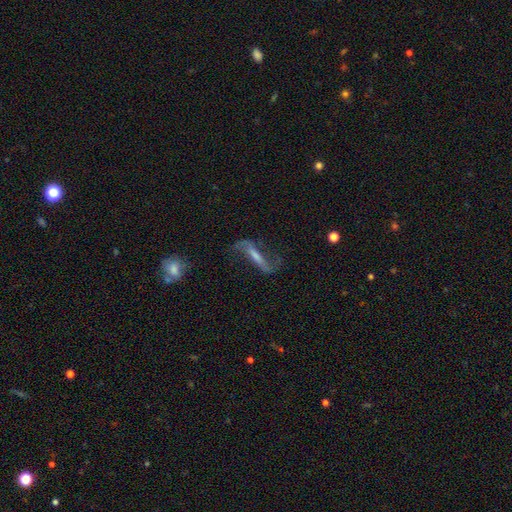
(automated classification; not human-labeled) Smooth or featured? Predicted: featured or disk (p=0.76). Edge-on disk? Predicted: no (p=0.72). Bar? Predicted: strong (p=0.56). Spiral arms? Predicted: yes (p=0.90). Bulge size? Predicted: small (p=0.43). Merging? Predicted: none (p=0.61).